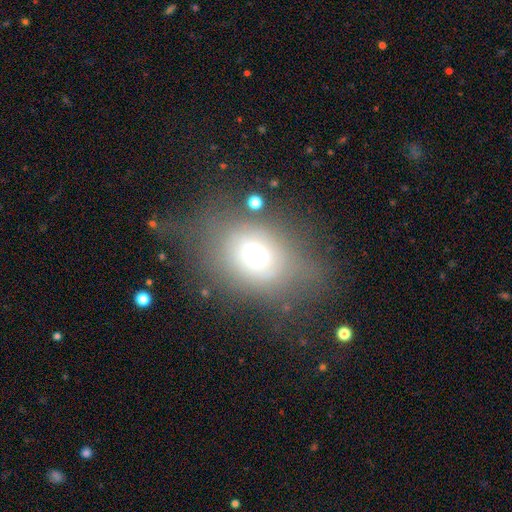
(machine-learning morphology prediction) smooth 61%, featured or disk 21%, star or artifact 18%. Down the decision tree: how rounded — in between (49%, tied with round); merging — none (53%).